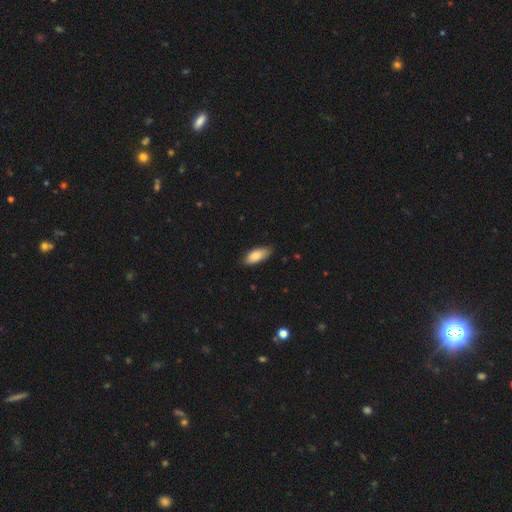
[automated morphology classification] Q: Smooth or featured?
A: smooth (83%); runner-up: featured or disk (10%)
Q: How rounded?
A: in between (85%); runner-up: cigar-shaped (13%)
Q: Merging?
A: none (80%); runner-up: minor disturbance (17%)